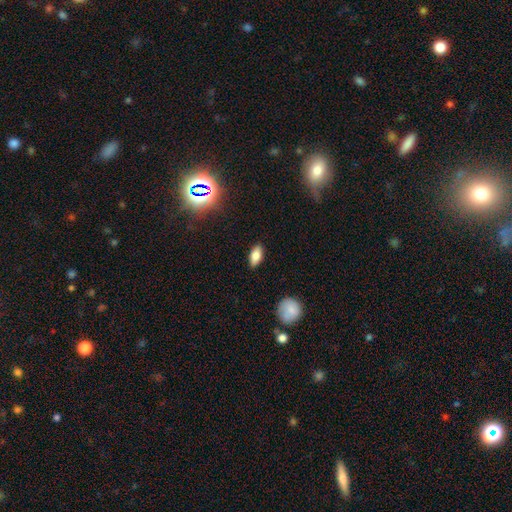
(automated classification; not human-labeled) Smooth or featured?
  - smooth: 77% *
  - featured or disk: 13%
  - star or artifact: 9%
How rounded?
  - in between: 85% *
  - cigar-shaped: 12%
  - round: 4%
Merging?
  - none: 88% *
  - minor disturbance: 9%
  - major disturbance: 2%
  - merger: 1%